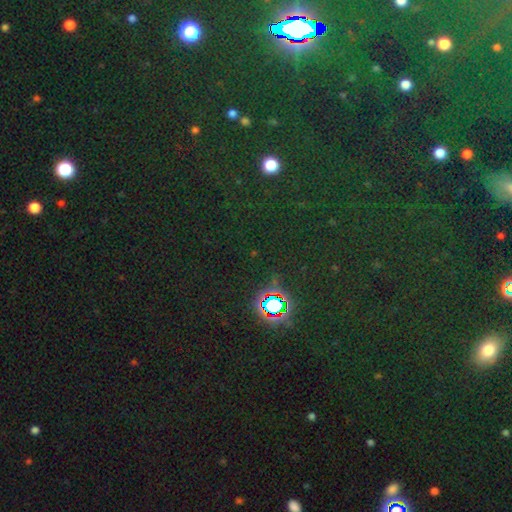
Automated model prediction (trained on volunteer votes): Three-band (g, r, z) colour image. It shows a star or artifact, not a galaxy (80%).